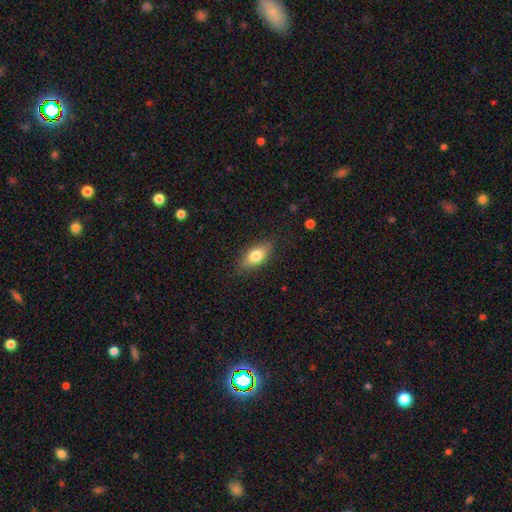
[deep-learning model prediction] smooth-or-featured: smooth: 76% | featured or disk: 17% | star or artifact: 7%
  how-rounded: in between: 83% | cigar-shaped: 12% | round: 5%
  merging: none: 83% | minor disturbance: 13% | major disturbance: 3% | merger: 1%